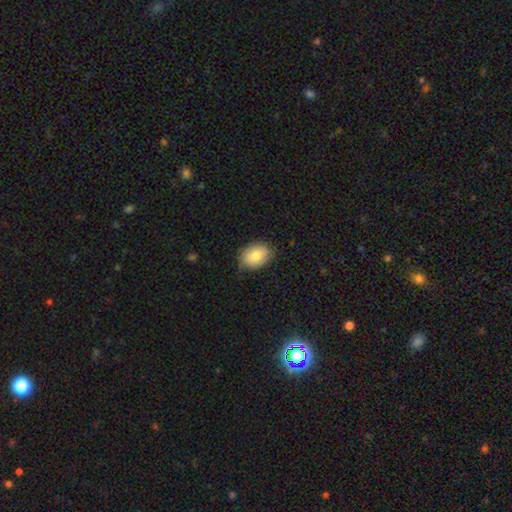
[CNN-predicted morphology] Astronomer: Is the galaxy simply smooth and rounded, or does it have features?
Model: smooth — 81%.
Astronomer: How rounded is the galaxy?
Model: in between — 74%.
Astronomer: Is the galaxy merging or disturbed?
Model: none — 73%.